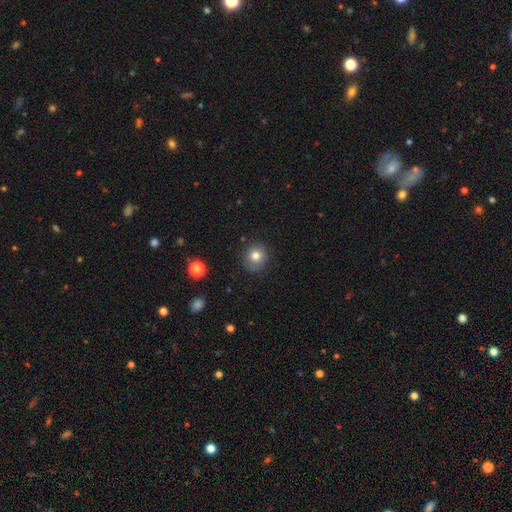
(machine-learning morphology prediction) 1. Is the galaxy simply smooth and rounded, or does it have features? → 79% smooth, 11% star or artifact, 10% featured or disk.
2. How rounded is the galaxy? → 85% round, 14% in between, 1% cigar-shaped.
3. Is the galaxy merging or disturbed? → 84% none, 12% minor disturbance, 3% major disturbance, 1% merger.